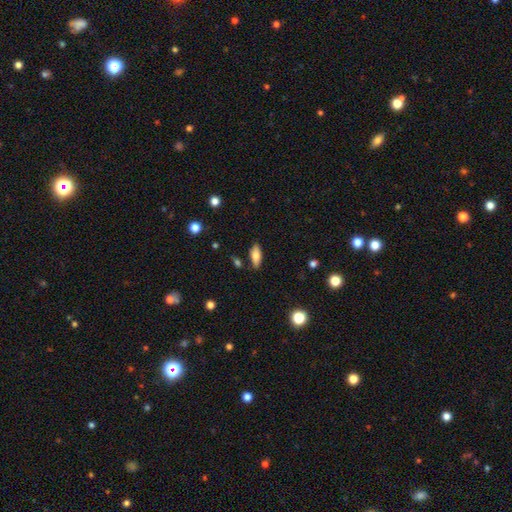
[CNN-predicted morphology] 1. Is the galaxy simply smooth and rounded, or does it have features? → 71% smooth, 21% featured or disk, 7% star or artifact.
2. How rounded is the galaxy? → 78% in between, 19% cigar-shaped, 3% round.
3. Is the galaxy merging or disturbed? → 85% none, 10% minor disturbance, 3% merger, 2% major disturbance.